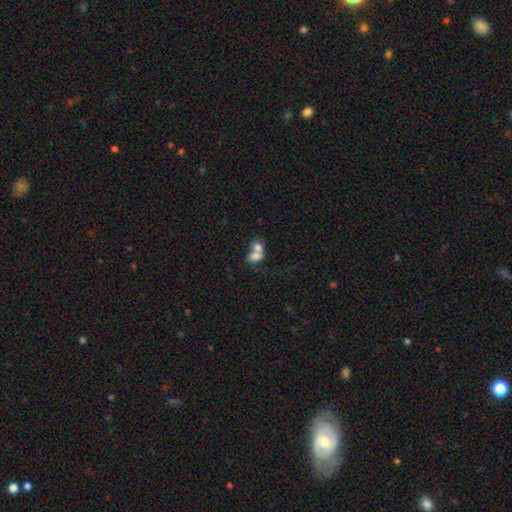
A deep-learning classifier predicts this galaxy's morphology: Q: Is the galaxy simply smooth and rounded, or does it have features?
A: smooth — 71%.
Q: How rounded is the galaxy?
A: in between — 65%.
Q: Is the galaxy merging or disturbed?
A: merger — 73%.